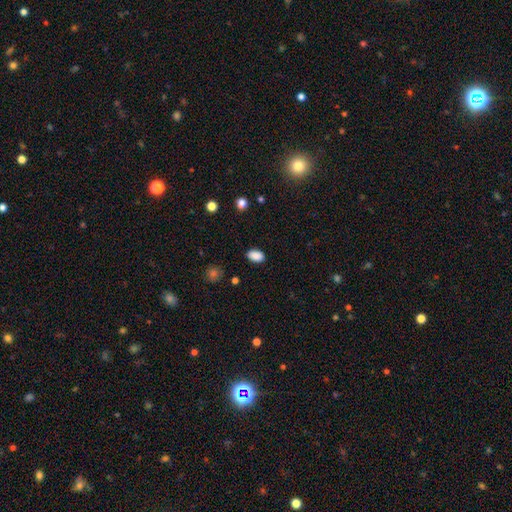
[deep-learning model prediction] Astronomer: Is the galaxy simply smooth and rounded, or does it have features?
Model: smooth — 88%.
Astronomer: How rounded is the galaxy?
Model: in between — 89%.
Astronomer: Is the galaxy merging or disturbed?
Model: none — 87%.